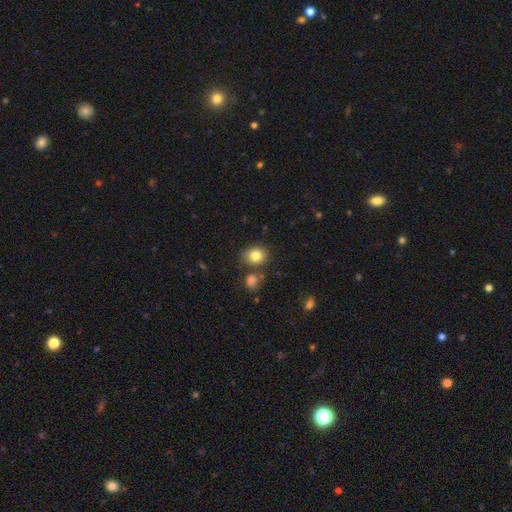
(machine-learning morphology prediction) smooth 82%, star or artifact 10%, featured or disk 8%. Down the decision tree: how rounded — round (66%); merging — none (75%).